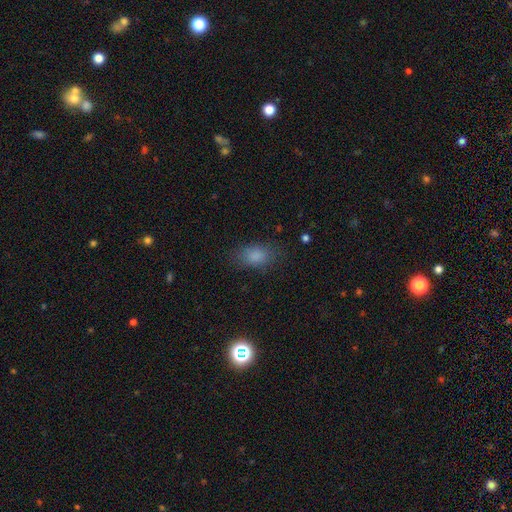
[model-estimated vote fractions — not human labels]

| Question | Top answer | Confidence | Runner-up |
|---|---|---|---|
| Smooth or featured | smooth | 83% | star or artifact (11%) |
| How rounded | in between | 86% | round (11%) |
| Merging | none | 77% | minor disturbance (15%) |